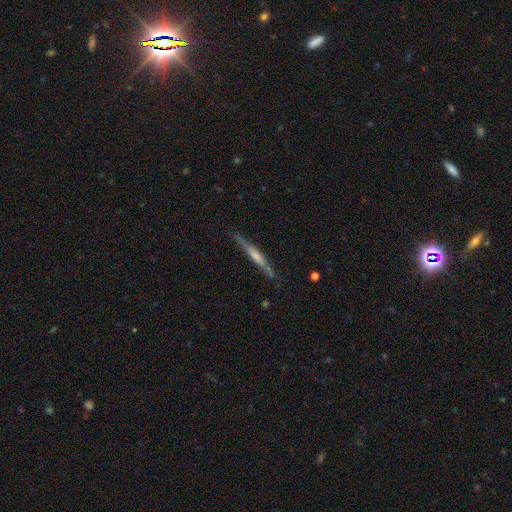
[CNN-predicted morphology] Smooth or featured: featured or disk — 65% (smooth — 29%)
Edge-on disk: yes — 96% (no — 4%)
Edge-on bulge: rounded — 43% (none — 42%)
Merging: none — 85% (minor disturbance — 11%)